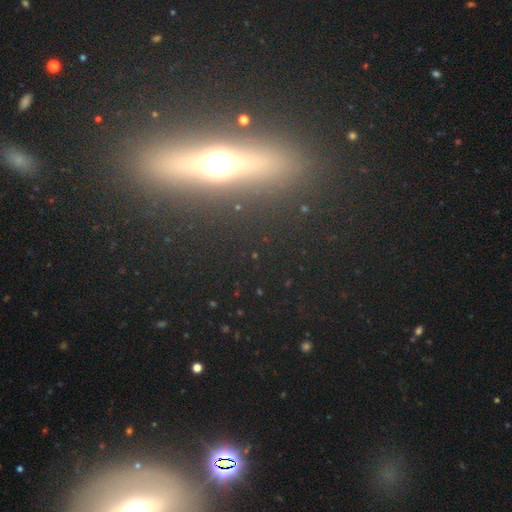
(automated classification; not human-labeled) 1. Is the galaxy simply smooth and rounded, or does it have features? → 67% featured or disk, 21% smooth, 12% star or artifact.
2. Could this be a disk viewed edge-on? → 90% yes, 10% no.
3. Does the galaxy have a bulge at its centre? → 94% rounded, 3% none, 3% boxy.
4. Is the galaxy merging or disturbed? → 87% none, 8% minor disturbance, 3% major disturbance, 2% merger.